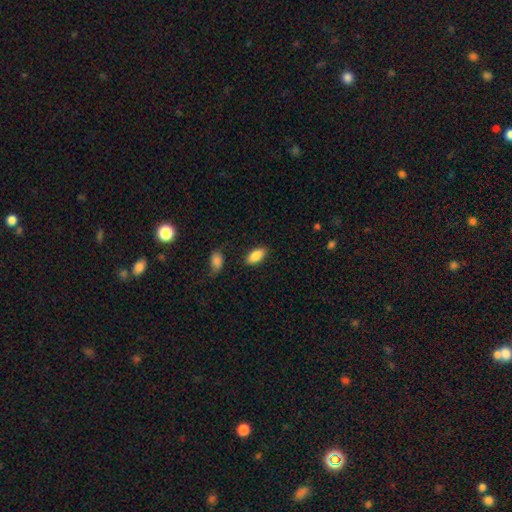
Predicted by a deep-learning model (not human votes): smooth 88%, star or artifact 7%, featured or disk 6%. Down the decision tree: how rounded — in between (92%); merging — none (84%).